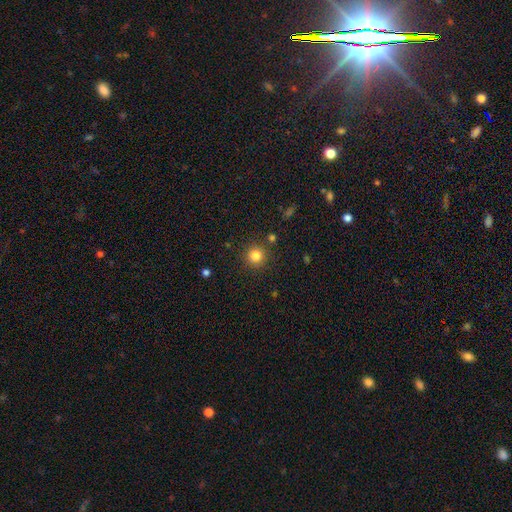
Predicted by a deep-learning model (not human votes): Overall: smooth (82%). How rounded: round (94%). Merging: none (88%).